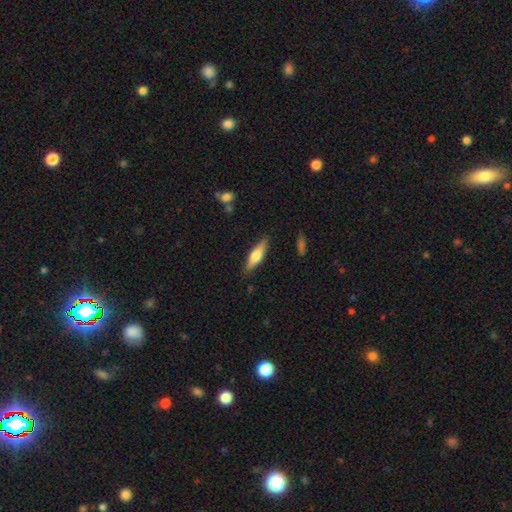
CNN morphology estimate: This is likely a smooth galaxy (64%). How rounded: possibly cigar-shaped (57%). Merging: clearly none (85%).